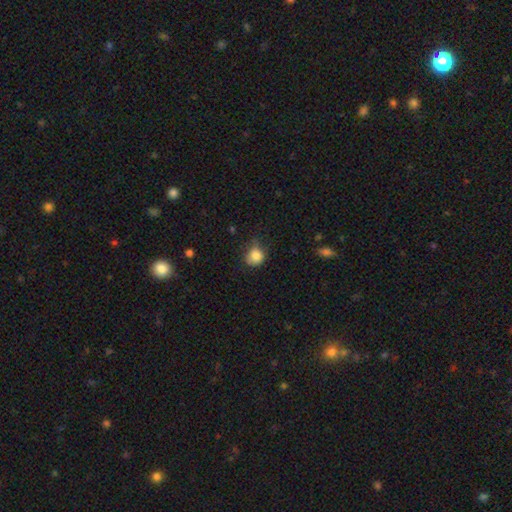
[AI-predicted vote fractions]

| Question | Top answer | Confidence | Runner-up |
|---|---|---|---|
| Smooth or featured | smooth | 84% | star or artifact (9%) |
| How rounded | round | 69% | in between (30%) |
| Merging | none | 47% | minor disturbance (37%) |